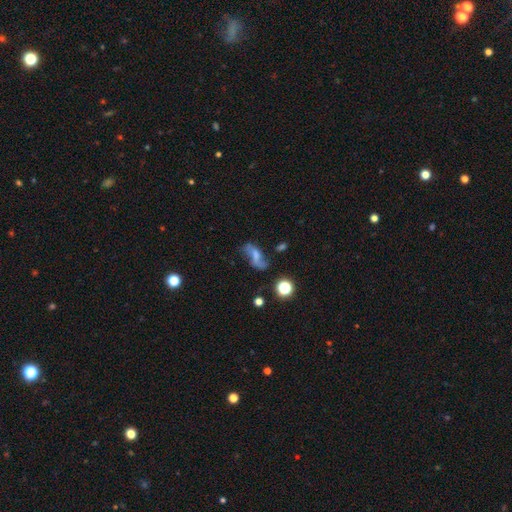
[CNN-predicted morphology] smooth-or-featured: featured or disk: 47% | smooth: 37% | star or artifact: 15%
  merging: none: 45% | minor disturbance: 23% | major disturbance: 21% | merger: 10%